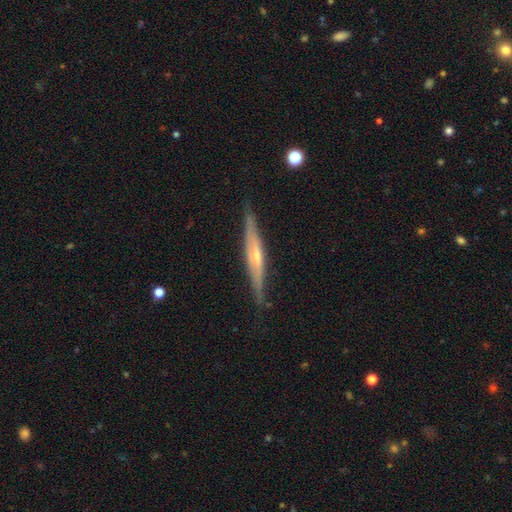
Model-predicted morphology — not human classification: Smooth or featured? featured or disk (73%)
Edge-on disk? yes (96%)
Edge-on bulge? rounded (58%)
Merging? none (85%)